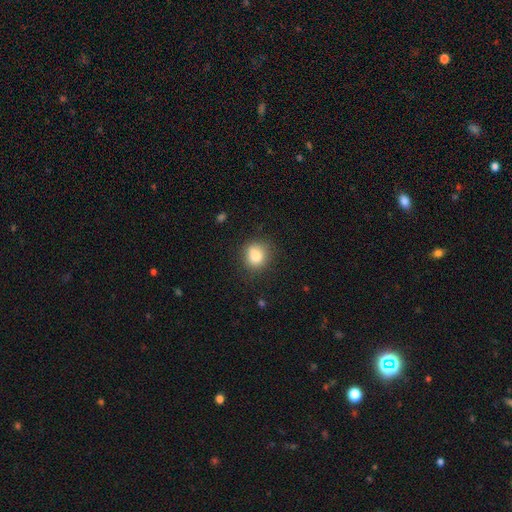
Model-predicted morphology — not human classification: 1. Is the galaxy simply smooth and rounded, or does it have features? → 81% smooth, 10% star or artifact, 9% featured or disk.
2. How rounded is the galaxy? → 77% round, 22% in between, 1% cigar-shaped.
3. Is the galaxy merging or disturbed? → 79% none, 15% minor disturbance, 4% major disturbance, 2% merger.